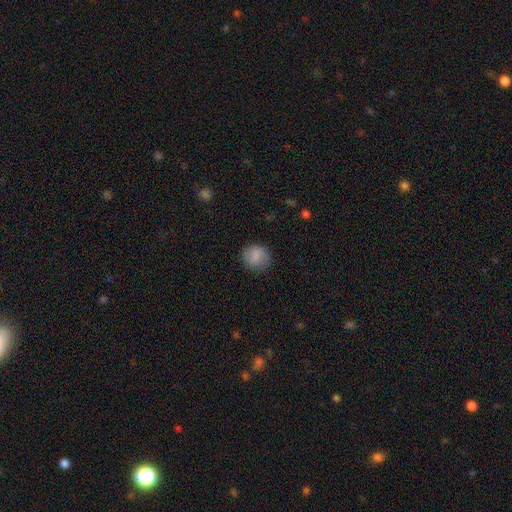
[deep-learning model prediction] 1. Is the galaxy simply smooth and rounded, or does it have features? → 83% smooth, 9% featured or disk, 8% star or artifact.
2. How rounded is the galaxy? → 75% round, 24% in between, 1% cigar-shaped.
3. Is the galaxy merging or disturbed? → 82% none, 13% minor disturbance, 4% major disturbance, 1% merger.